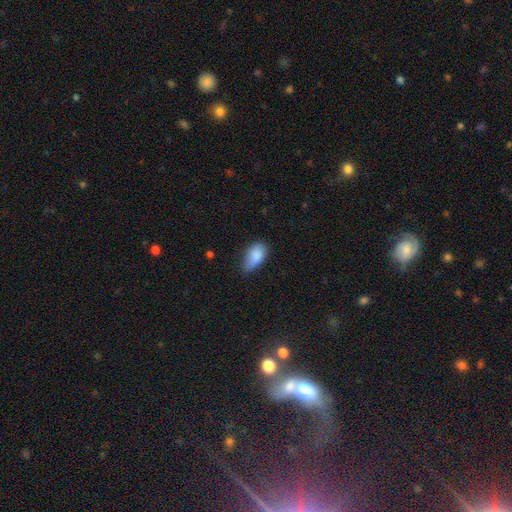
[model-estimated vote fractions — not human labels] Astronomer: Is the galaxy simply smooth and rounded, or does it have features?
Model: smooth — 86%.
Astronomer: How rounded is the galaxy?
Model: in between — 92%.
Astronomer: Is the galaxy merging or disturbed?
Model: none — 53% (runner-up: minor disturbance, 38%).